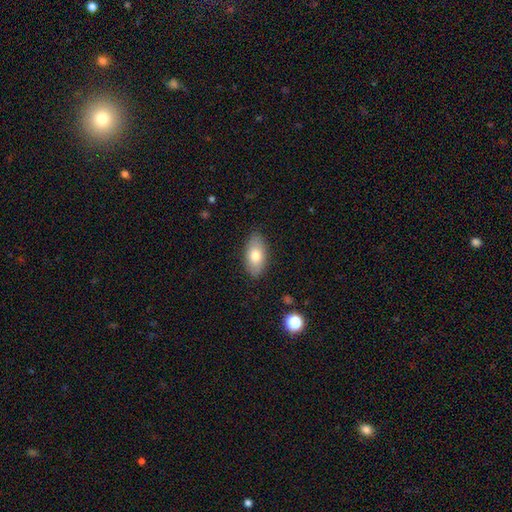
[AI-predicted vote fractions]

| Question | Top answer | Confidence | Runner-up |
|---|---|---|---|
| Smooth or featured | smooth | 74% | featured or disk (19%) |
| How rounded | in between | 91% | round (4%) |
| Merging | none | 85% | minor disturbance (11%) |